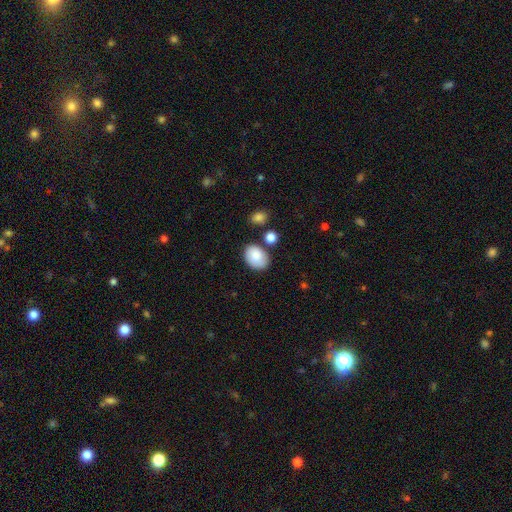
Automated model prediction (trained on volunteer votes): Overall: smooth (84%). How rounded: in between (75%). Merging: none (70%).